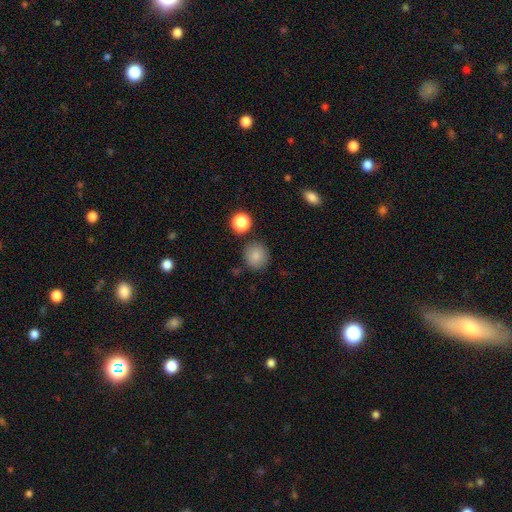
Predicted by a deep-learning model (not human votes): Smooth or featured: smooth — 84% (star or artifact — 10%)
How rounded: round — 91% (in between — 8%)
Merging: none — 84% (minor disturbance — 9%)